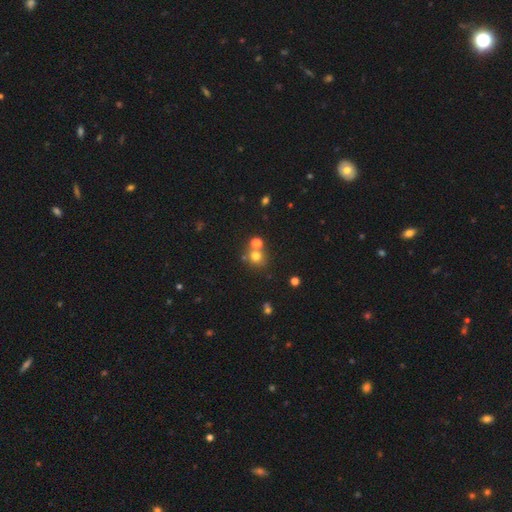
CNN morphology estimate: This appears to be a smooth galaxy with no disk features (71%) that is round (83%). Merging: none (58%).